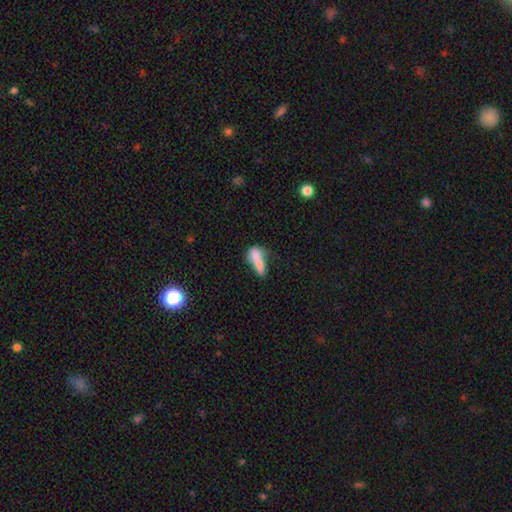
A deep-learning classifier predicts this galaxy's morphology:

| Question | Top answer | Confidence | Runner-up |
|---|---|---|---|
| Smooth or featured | smooth | 71% | featured or disk (19%) |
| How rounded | in between | 56% | cigar-shaped (37%) |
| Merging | merger | 51% | none (24%) |